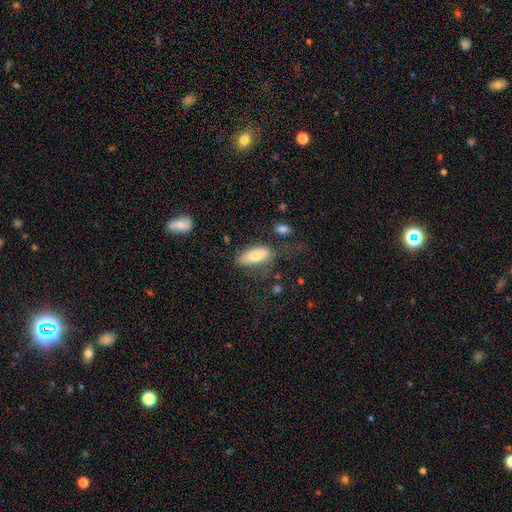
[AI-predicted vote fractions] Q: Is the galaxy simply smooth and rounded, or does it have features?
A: smooth — 73%.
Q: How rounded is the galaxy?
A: in between — 85%.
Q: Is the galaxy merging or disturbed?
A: none — 54%.